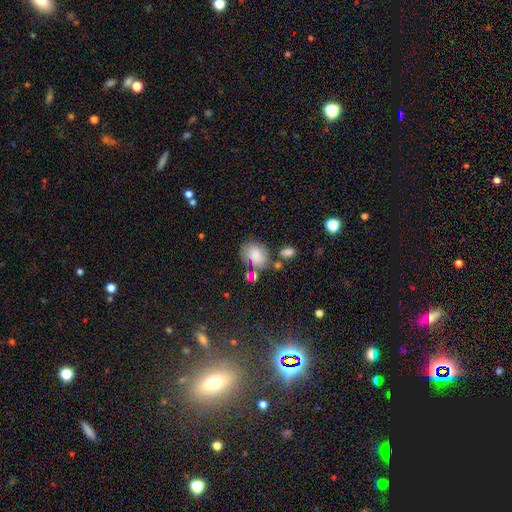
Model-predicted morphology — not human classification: This appears to be a smooth galaxy with no disk features (79%) that is in between round and cigar-shaped (56%). Merging: none (54%).